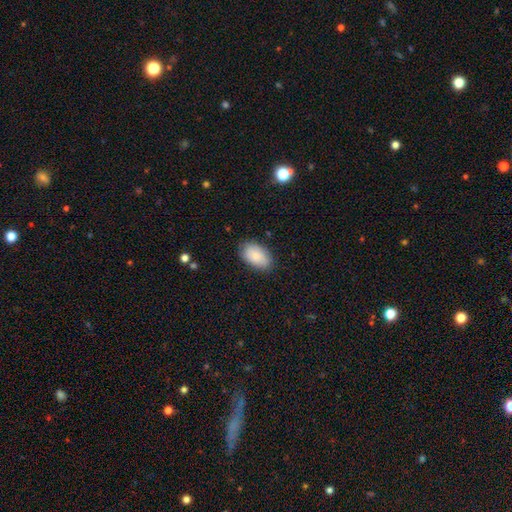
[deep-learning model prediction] Smooth or featured? Predicted: smooth (p=0.85). How rounded? Predicted: in between (p=0.93). Merging? Predicted: none (p=0.83).